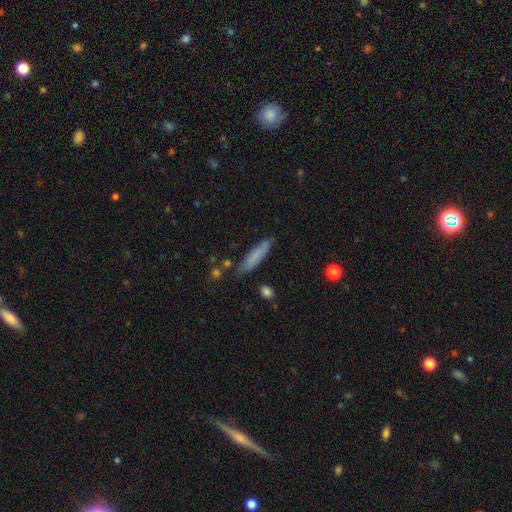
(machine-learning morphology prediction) Smooth or featured: smooth — 76% (featured or disk — 17%)
How rounded: cigar-shaped — 83% (in between — 15%)
Merging: none — 80% (minor disturbance — 14%)